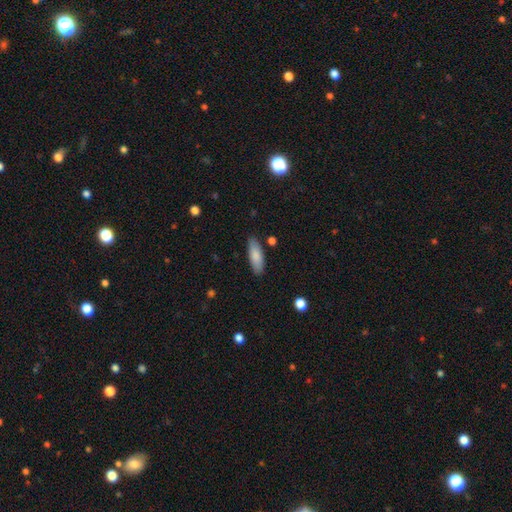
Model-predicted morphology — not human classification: The model was most divided on "how rounded": in between: 62%, cigar-shaped: 36%, round: 2%. More confident: merging — none (84%); smooth or featured — smooth (84%).